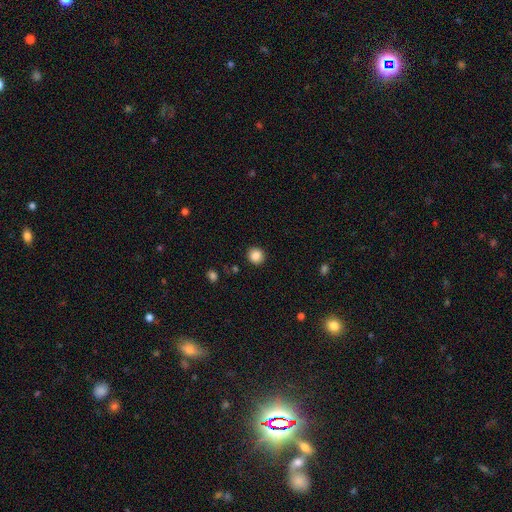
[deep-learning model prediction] A smooth galaxy with no disk features (87%) that is round (91%).

Vote fractions:
- Smooth or featured? smooth: 87% / star or artifact: 10% / featured or disk: 3%
- How rounded? round: 91% / in between: 8% / cigar-shaped: 1%
- Merging? none: 91% / minor disturbance: 6% / major disturbance: 2% / merger: 1%